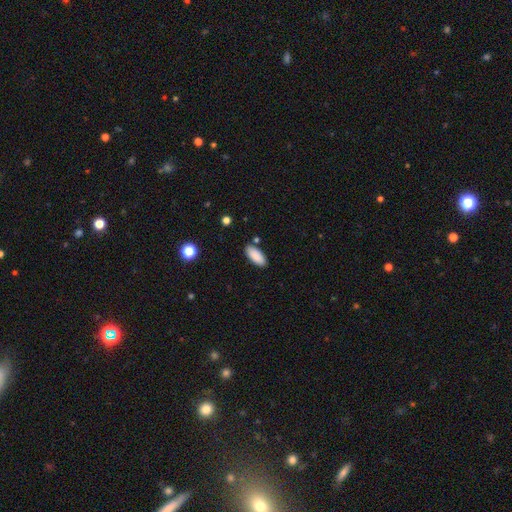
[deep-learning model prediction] Smooth or featured? smooth (89%)
How rounded? in between (85%)
Merging? none (85%)